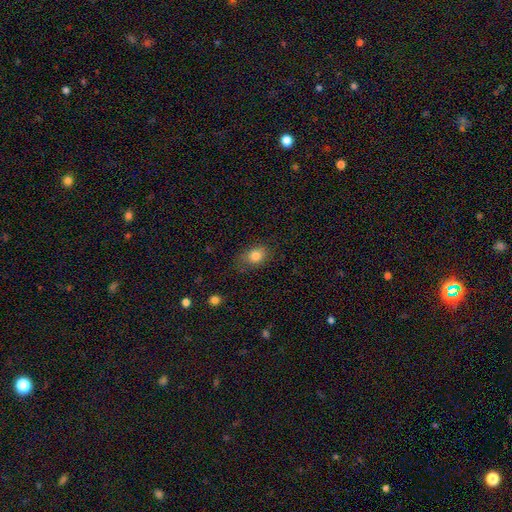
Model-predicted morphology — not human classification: A smooth galaxy with no disk features (82%) that is in between round and cigar-shaped (59%). Merging: none (70%).